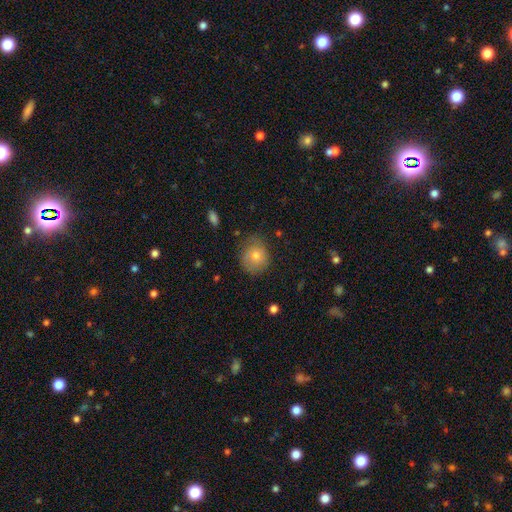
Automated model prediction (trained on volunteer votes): Smooth or featured: smooth — 69% (featured or disk — 21%)
How rounded: round — 74% (in between — 25%)
Merging: none — 71% (minor disturbance — 22%)